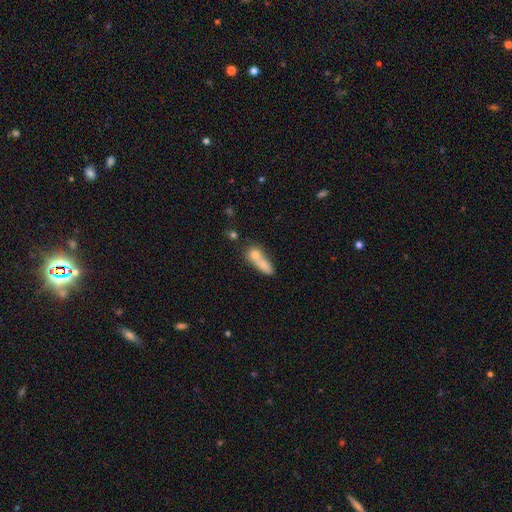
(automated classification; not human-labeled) Morphology: type=smooth (68%); roundness=in between (43%); merging=merger (56%).